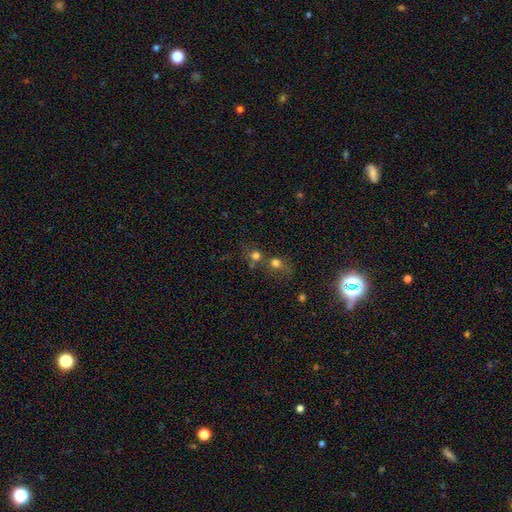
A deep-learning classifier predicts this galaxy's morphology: A smooth galaxy with no disk features (69%) that is round (84%).

Vote fractions:
- Smooth or featured? smooth: 69% / star or artifact: 19% / featured or disk: 11%
- How rounded? round: 84% / in between: 14% / cigar-shaped: 1%
- Merging? none: 45% / merger: 44% / minor disturbance: 7% / major disturbance: 5%